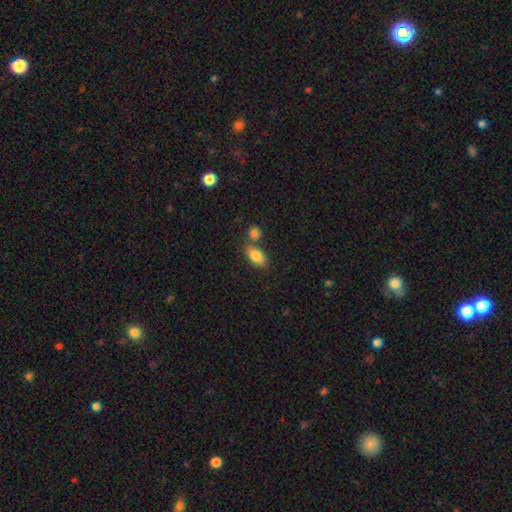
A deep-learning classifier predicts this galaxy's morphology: Overall: smooth (83%). How rounded: in between (90%). Merging: none (63%).